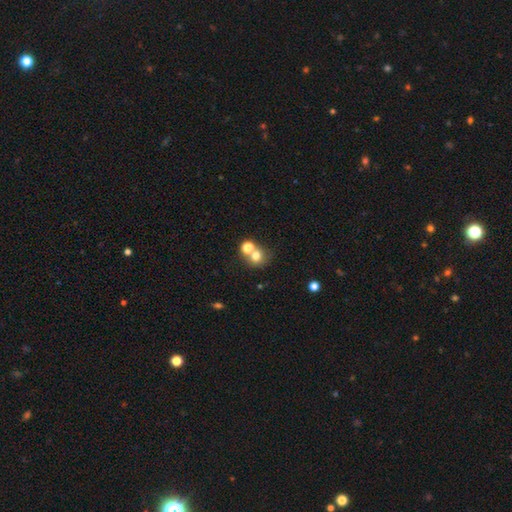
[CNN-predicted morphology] Q: Smooth or featured?
A: smooth (72%); runner-up: star or artifact (16%)
Q: How rounded?
A: round (82%); runner-up: in between (17%)
Q: Merging?
A: none (49%); runner-up: merger (39%)